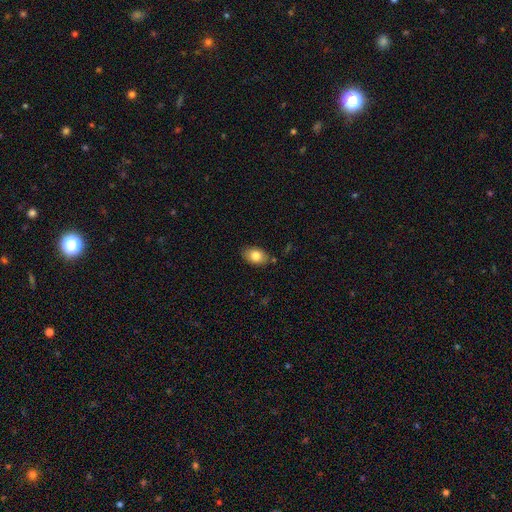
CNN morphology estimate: This is clearly a smooth galaxy (83%). How rounded: clearly in between (85%). Merging: likely none (79%).